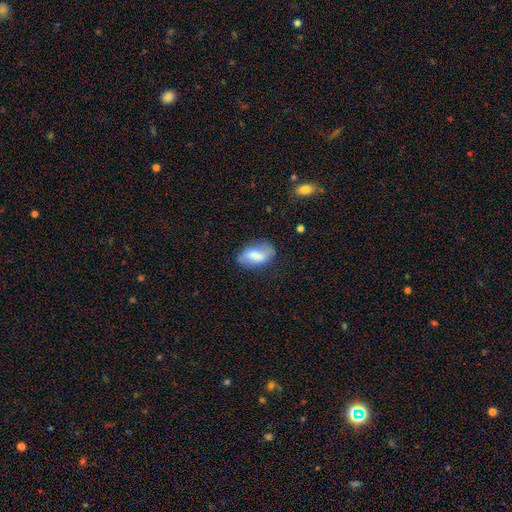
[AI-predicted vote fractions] Q: Smooth or featured?
A: smooth (68%); runner-up: featured or disk (24%)
Q: How rounded?
A: in between (91%); runner-up: round (6%)
Q: Merging?
A: none (67%); runner-up: minor disturbance (24%)